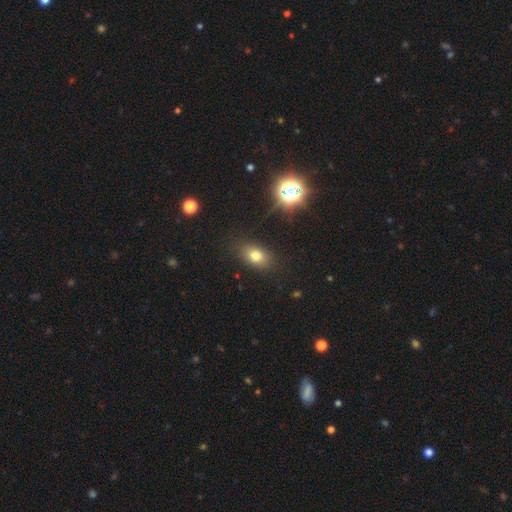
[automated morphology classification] smooth-or-featured: smooth: 74% | star or artifact: 16% | featured or disk: 10%
  how-rounded: in between: 79% | round: 19% | cigar-shaped: 2%
  merging: none: 85% | minor disturbance: 10% | major disturbance: 3% | merger: 2%